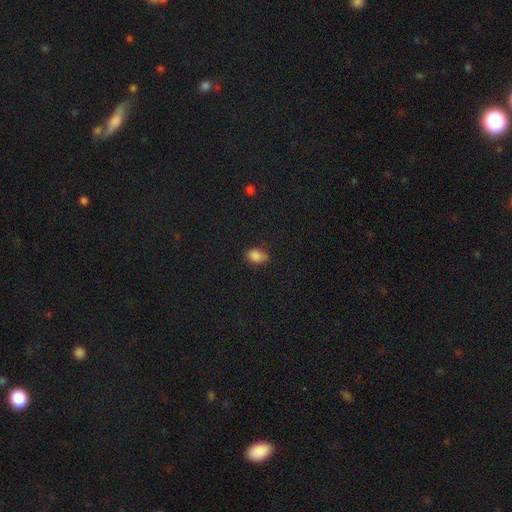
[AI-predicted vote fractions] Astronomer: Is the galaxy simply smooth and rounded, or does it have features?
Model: smooth — 86%.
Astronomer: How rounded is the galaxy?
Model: in between — 83%.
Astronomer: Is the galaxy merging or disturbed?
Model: none — 76%.